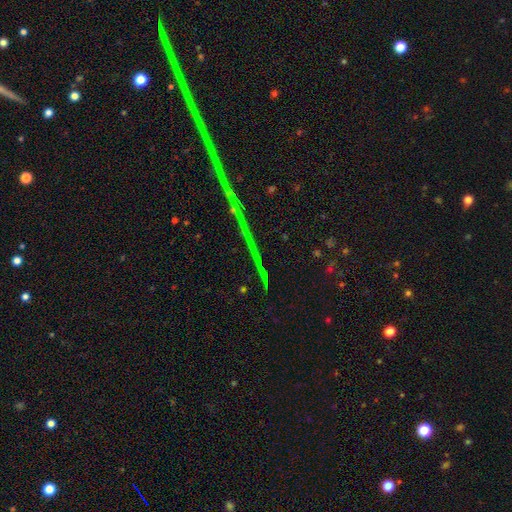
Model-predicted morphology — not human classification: type=star or artifact (84%).